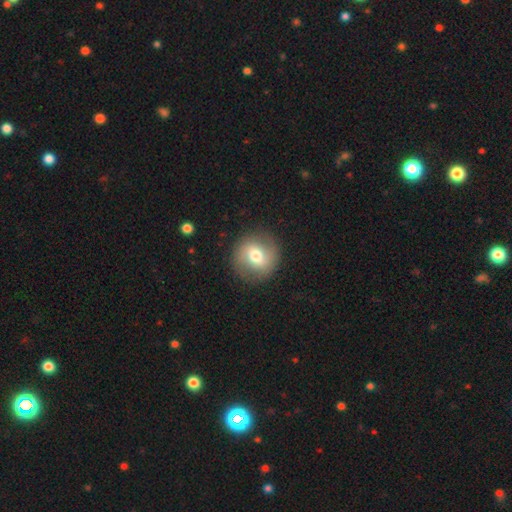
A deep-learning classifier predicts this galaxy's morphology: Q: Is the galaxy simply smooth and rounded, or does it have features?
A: smooth — 58%.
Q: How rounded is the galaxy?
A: round — 91%.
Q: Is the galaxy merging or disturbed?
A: none — 87%.